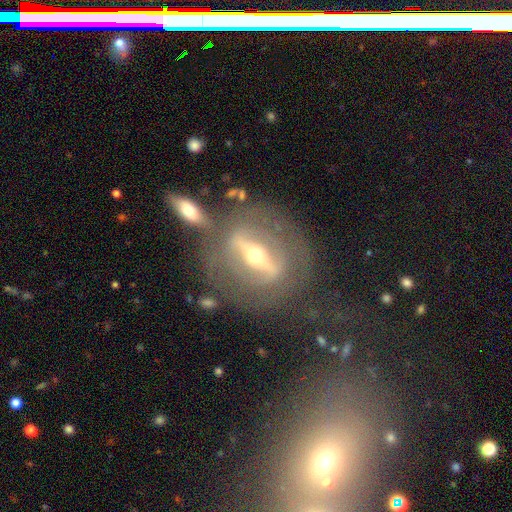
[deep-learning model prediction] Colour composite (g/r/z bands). It shows a featured or disk galaxy (79%) with a strong bar (73%), no spiral arms (54%) and a moderate central bulge (49%). Merging: none (61%).